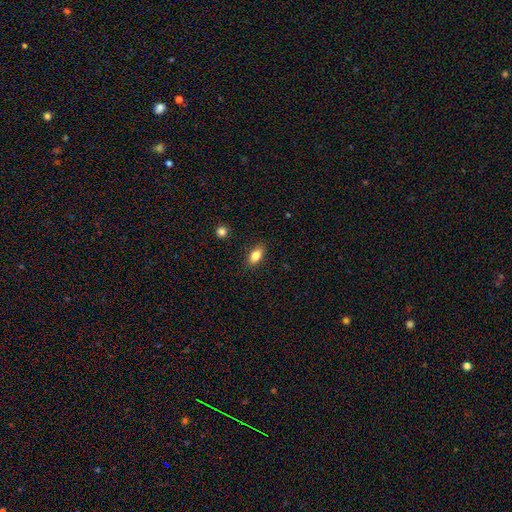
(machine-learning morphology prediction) Q: Smooth or featured?
A: smooth (83%); runner-up: featured or disk (9%)
Q: How rounded?
A: in between (87%); runner-up: cigar-shaped (7%)
Q: Merging?
A: none (87%); runner-up: minor disturbance (9%)